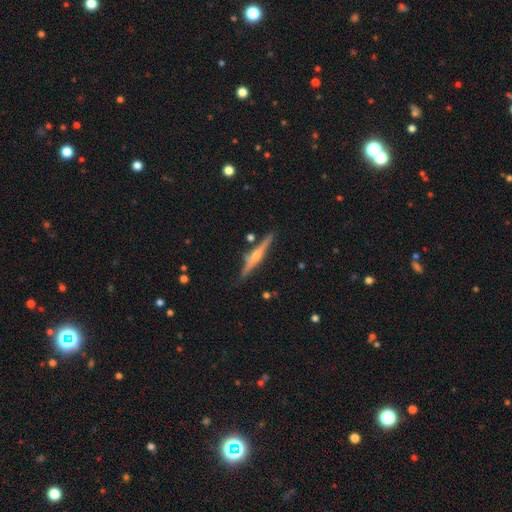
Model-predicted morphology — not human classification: Smooth or featured? featured or disk (78%)
Edge-on disk? yes (98%)
Edge-on bulge? rounded (89%)
Merging? none (84%)